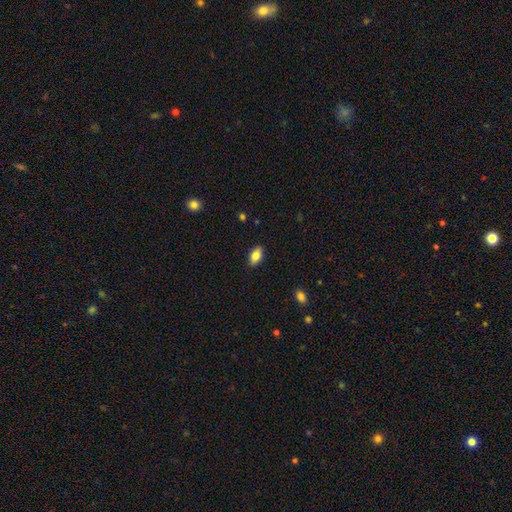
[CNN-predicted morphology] Smooth or featured: smooth — 81% (featured or disk — 11%)
How rounded: in between — 90% (round — 5%)
Merging: none — 88% (minor disturbance — 9%)